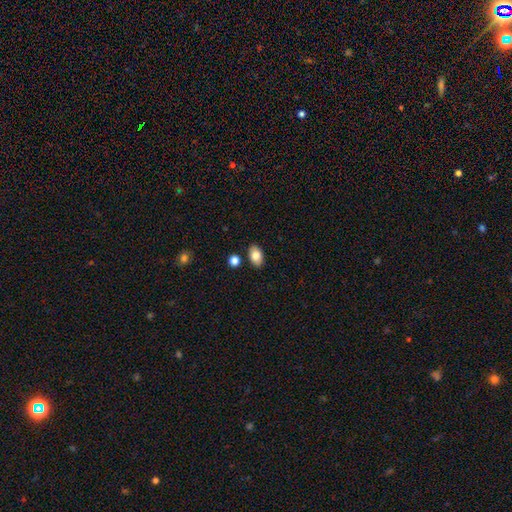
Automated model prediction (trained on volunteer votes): This appears to be a smooth galaxy with no disk features (81%) that is in between round and cigar-shaped (89%). Merging: none (86%).